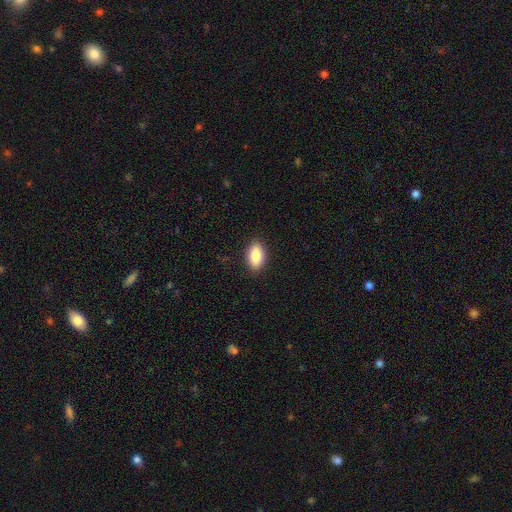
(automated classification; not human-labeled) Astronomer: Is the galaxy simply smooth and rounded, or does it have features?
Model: smooth — 86%.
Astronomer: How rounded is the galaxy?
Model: in between — 91%.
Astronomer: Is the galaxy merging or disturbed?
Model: none — 89%.